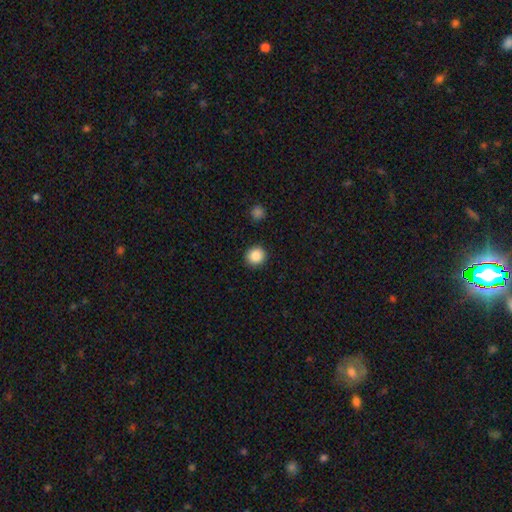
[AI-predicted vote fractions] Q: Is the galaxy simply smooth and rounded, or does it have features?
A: smooth — 87%.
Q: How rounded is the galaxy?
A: round — 90%.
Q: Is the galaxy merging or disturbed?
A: none — 92%.